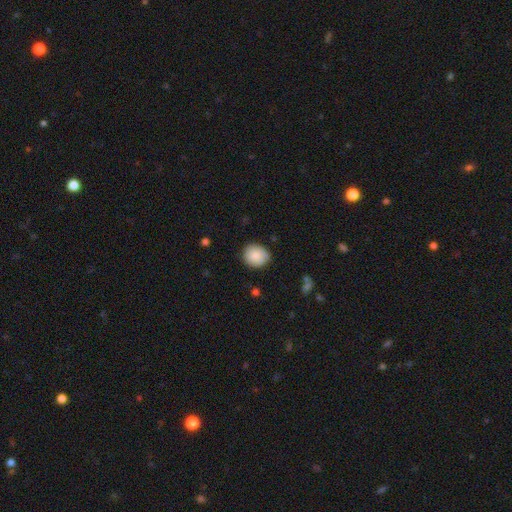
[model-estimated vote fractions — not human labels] Morphology: type=smooth (84%); roundness=round (81%); merging=none (81%).